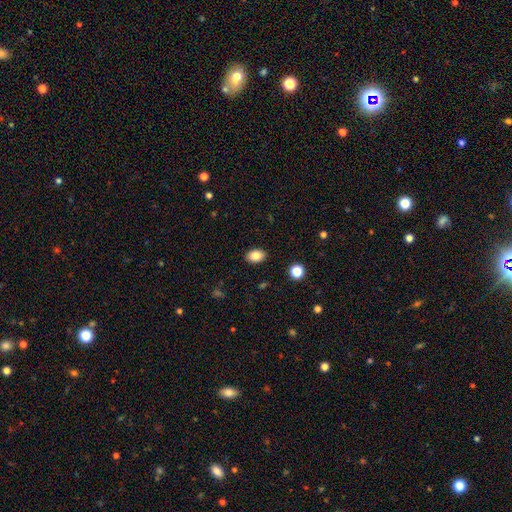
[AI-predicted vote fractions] smooth 85%, star or artifact 9%, featured or disk 6%. Down the decision tree: how rounded — in between (82%); merging — none (89%).